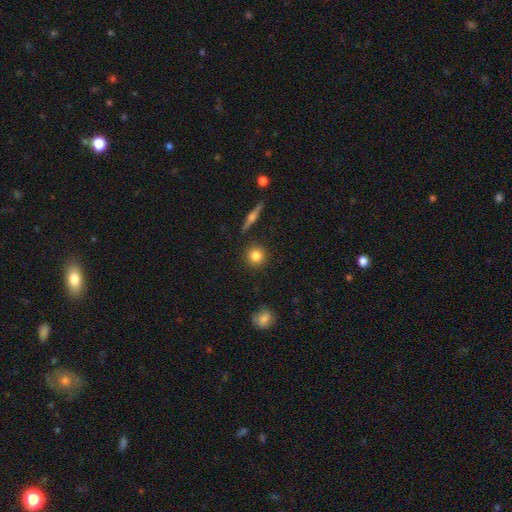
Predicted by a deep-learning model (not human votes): This is clearly a smooth galaxy (82%). How rounded: clearly round (92%). Merging: clearly none (90%).